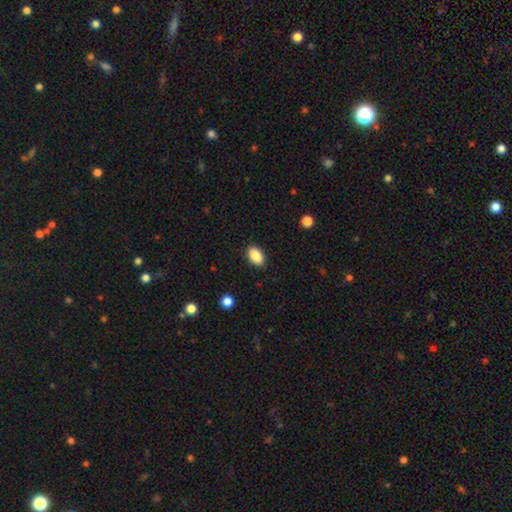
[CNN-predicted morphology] Q: Smooth or featured?
A: smooth (89%); runner-up: star or artifact (8%)
Q: How rounded?
A: in between (91%); runner-up: round (8%)
Q: Merging?
A: none (89%); runner-up: minor disturbance (8%)